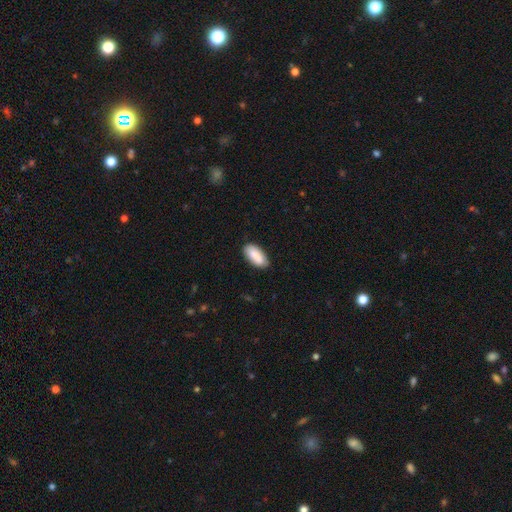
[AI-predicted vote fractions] smooth 88%, featured or disk 7%, star or artifact 6%. Down the decision tree: how rounded — in between (90%); merging — none (84%).